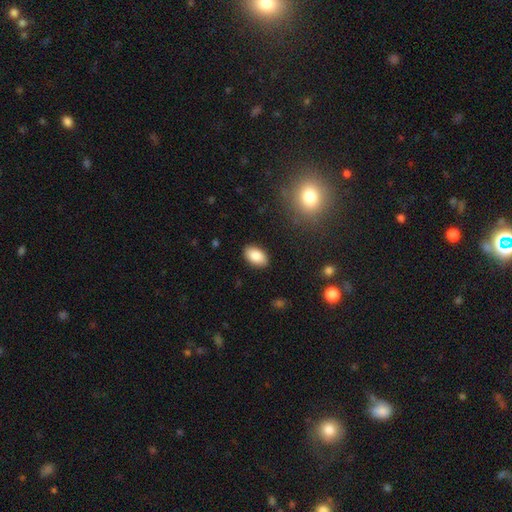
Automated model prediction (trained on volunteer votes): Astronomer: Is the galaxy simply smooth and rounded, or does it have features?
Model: smooth — 86%.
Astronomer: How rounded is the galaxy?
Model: in between — 92%.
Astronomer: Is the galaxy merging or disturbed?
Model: none — 88%.